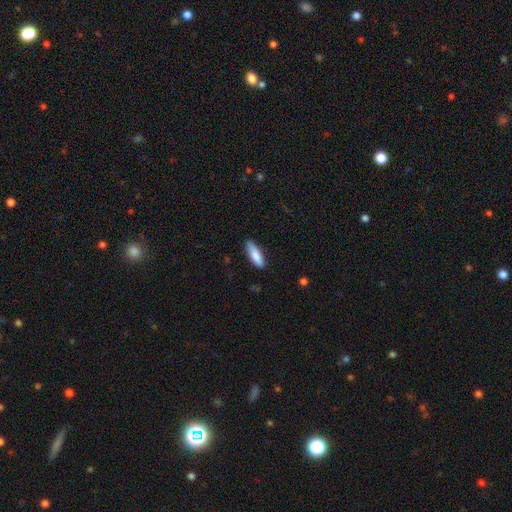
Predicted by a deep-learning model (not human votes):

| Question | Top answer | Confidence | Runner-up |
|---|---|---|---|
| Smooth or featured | smooth | 83% | featured or disk (12%) |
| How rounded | cigar-shaped | 55% | in between (43%) |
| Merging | none | 81% | minor disturbance (16%) |